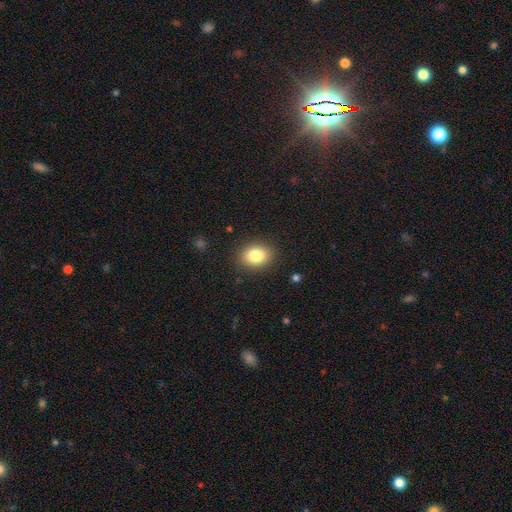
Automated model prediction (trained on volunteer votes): smooth-or-featured: smooth: 83% | star or artifact: 9% | featured or disk: 8%
  how-rounded: in between: 58% | round: 42% | cigar-shaped: 1%
  merging: none: 88% | minor disturbance: 8% | major disturbance: 3% | merger: 1%